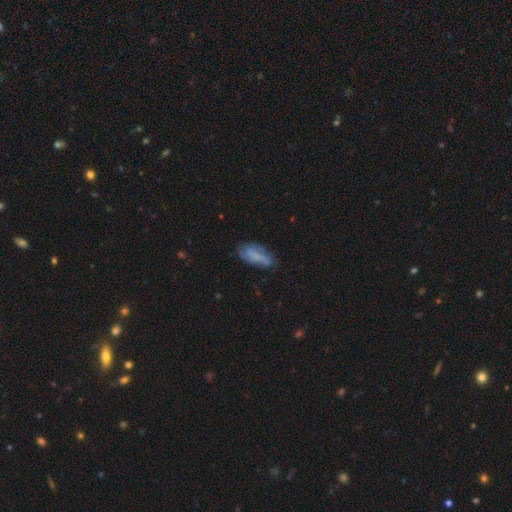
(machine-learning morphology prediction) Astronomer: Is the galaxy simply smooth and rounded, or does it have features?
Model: smooth — 59%.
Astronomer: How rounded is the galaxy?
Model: in between — 78%.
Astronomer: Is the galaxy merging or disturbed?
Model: none — 55%.